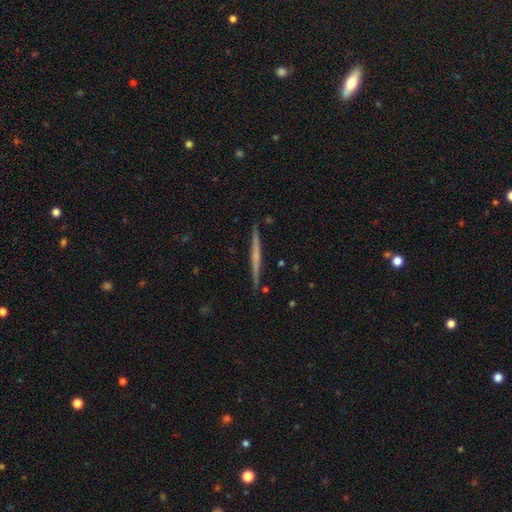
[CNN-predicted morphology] smooth_or_featured: featured or disk (p=0.60) [alt: smooth p=0.34]
disk_edge_on: yes (p=0.98) [alt: no p=0.02]
edge_on_bulge: none (p=0.75) [alt: rounded p=0.19]
merging: none (p=0.91) [alt: minor disturbance p=0.07]